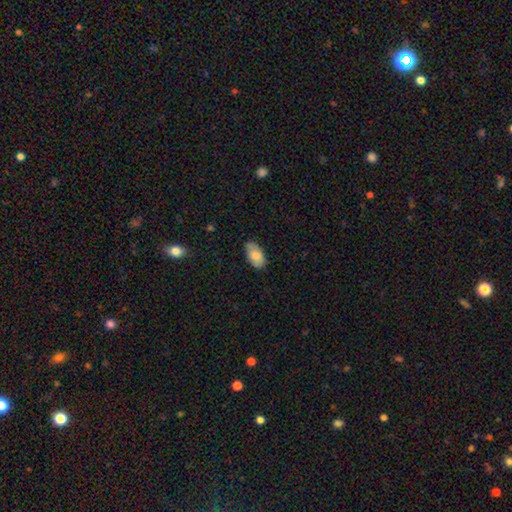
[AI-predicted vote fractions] smooth 81%, featured or disk 12%, star or artifact 7%. Down the decision tree: how rounded — in between (94%); merging — none (77%).